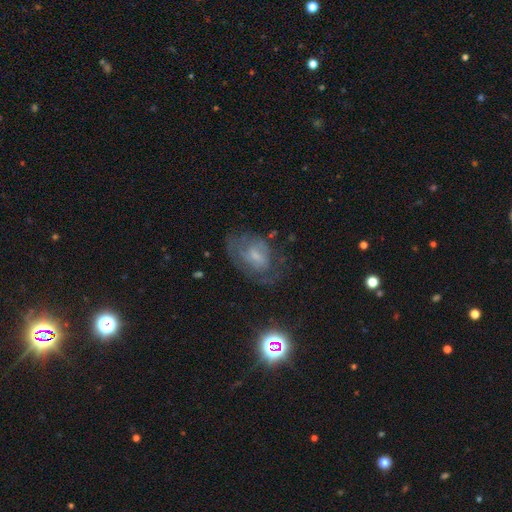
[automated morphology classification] This is possibly a featured or disk galaxy (57%). It is clearly not viewed edge-on (96%). Bar: possibly no (49%). Spiral arm pattern: likely yes (67%). Central bulge: possibly small (52%). Merging: possibly none (52%).